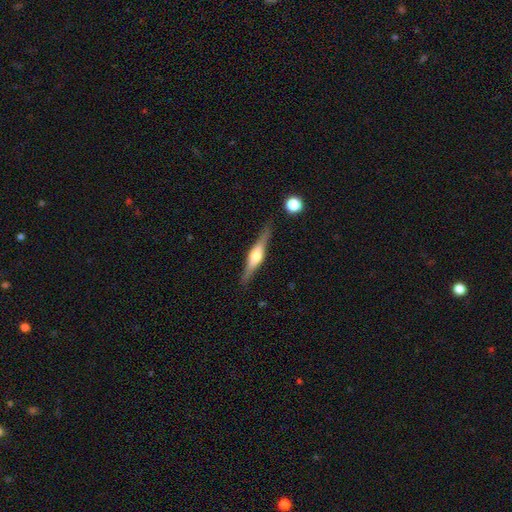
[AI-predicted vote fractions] This appears to be a featured or disk galaxy (75%) viewed edge-on (97%) with a rounded central bulge (88%). Merging: none (87%).